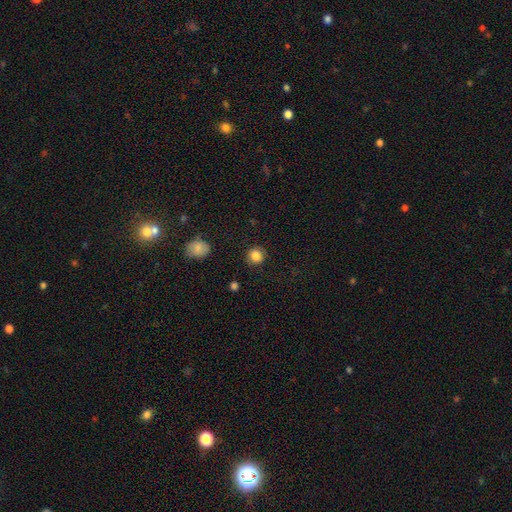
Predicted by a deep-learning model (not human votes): A smooth galaxy with no disk features (86%) that is round (91%). Merging: none (89%).